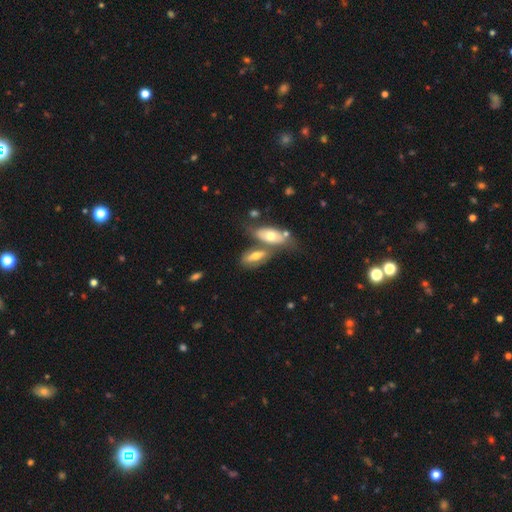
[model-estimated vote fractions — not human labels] A smooth galaxy with no disk features (57%) that is in between round and cigar-shaped (76%). Merging: merger (43%).